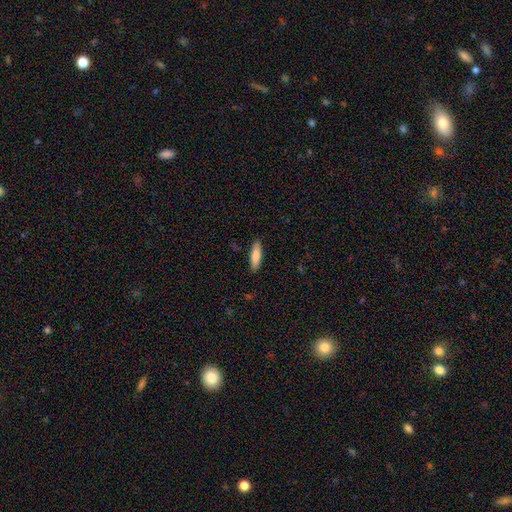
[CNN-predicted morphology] Smooth or featured?
  - smooth: 83% *
  - featured or disk: 11%
  - star or artifact: 6%
How rounded?
  - cigar-shaped: 55% *
  - in between: 43%
  - round: 1%
Merging?
  - none: 87% *
  - minor disturbance: 10%
  - major disturbance: 2%
  - merger: 1%